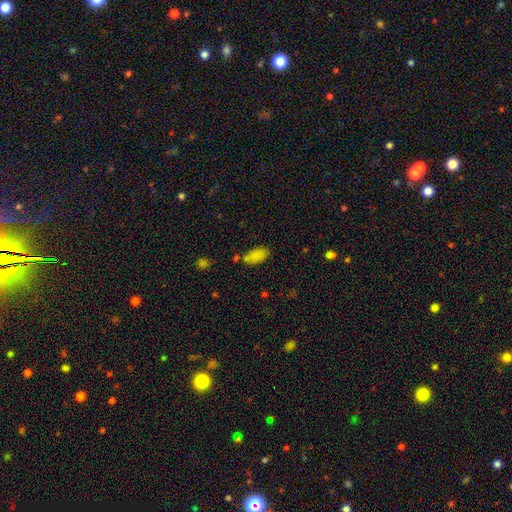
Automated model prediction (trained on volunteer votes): smooth-or-featured: smooth: 84% | star or artifact: 11% | featured or disk: 5%
  how-rounded: in between: 92% | cigar-shaped: 5% | round: 3%
  merging: none: 68% | minor disturbance: 16% | merger: 11% | major disturbance: 5%